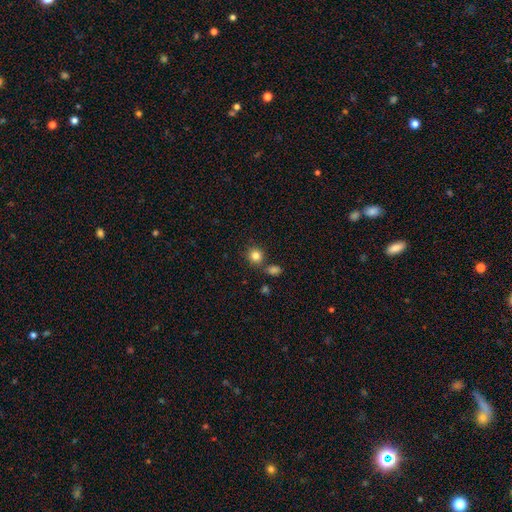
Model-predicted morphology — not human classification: Overall: smooth (83%). How rounded: round (88%). Merging: none (75%).